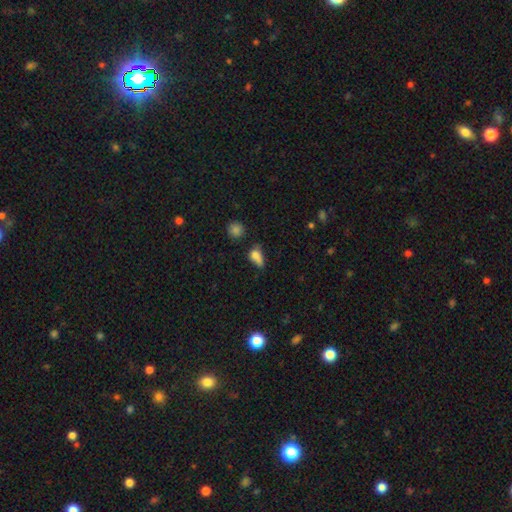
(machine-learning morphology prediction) Smooth or featured? smooth (76%)
How rounded? in between (76%)
Merging? minor disturbance (36%)